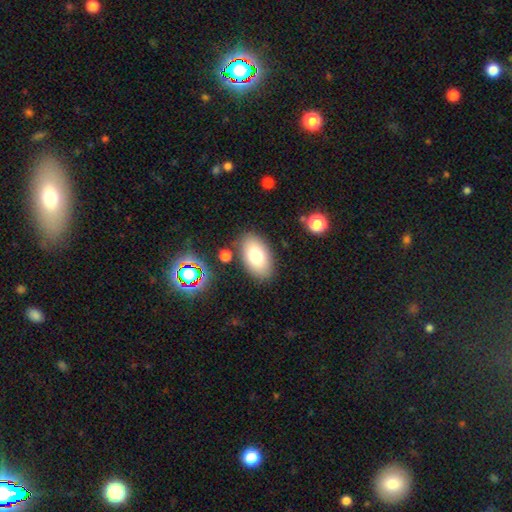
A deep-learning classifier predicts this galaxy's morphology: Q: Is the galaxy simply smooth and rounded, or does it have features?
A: smooth — 76%.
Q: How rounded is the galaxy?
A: in between — 93%.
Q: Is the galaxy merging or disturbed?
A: none — 84%.